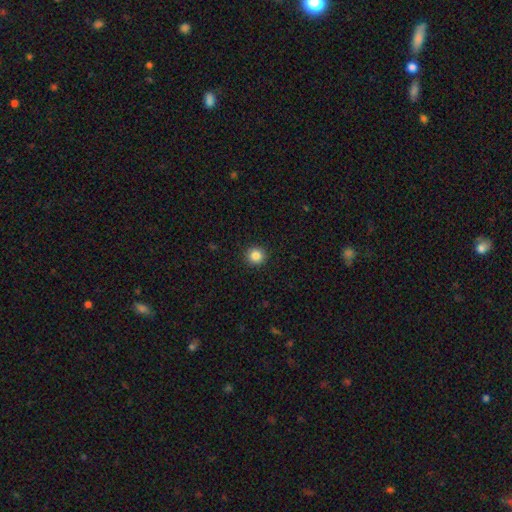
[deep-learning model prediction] Q: Smooth or featured?
A: smooth (85%); runner-up: star or artifact (10%)
Q: How rounded?
A: round (94%); runner-up: in between (5%)
Q: Merging?
A: none (93%); runner-up: minor disturbance (5%)